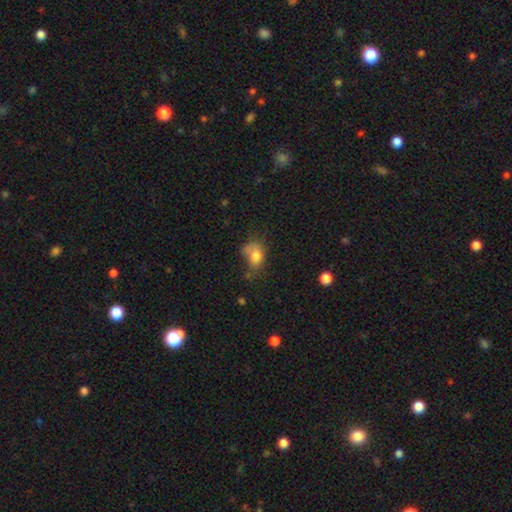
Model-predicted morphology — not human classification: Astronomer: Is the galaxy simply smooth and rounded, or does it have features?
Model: smooth — 74%.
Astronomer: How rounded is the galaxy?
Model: in between — 68%.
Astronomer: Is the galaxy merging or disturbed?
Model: none — 33% (runner-up: minor disturbance, 28%).